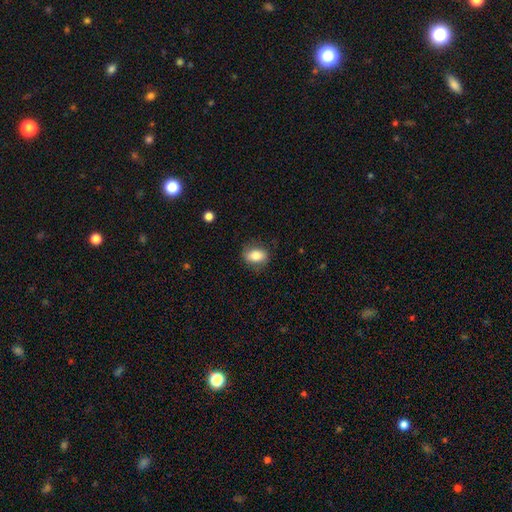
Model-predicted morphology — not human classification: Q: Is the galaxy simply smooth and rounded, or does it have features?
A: smooth — 80%.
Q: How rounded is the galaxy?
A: in between — 78%.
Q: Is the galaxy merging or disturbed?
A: none — 79%.